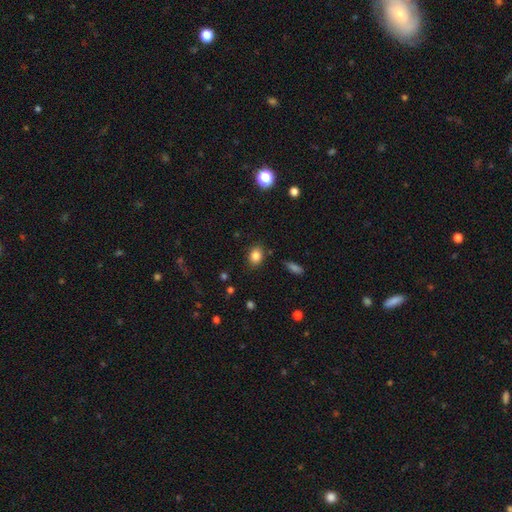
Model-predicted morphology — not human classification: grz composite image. It shows a smooth galaxy with no disk features (84%) that is in between round and cigar-shaped (59%). Merging: none (84%).